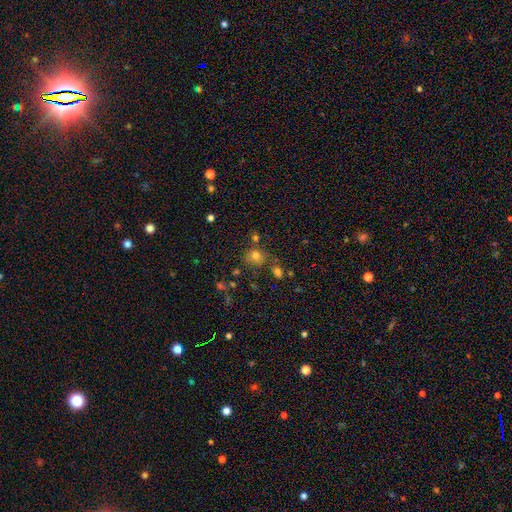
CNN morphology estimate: Smooth or featured? smooth (75%)
How rounded? round (79%)
Merging? none (71%)